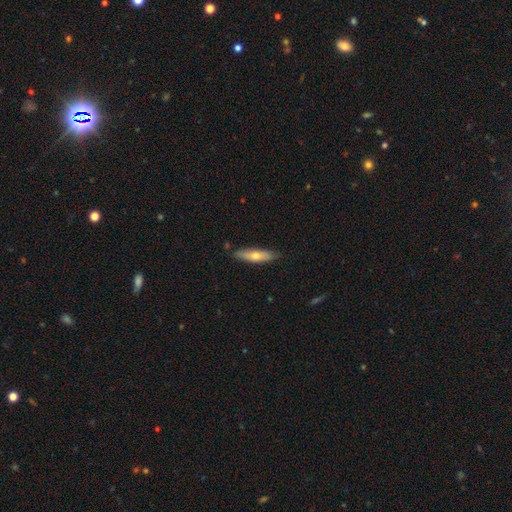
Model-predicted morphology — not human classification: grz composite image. It shows a smooth galaxy with no disk features (61%) that is cigar-shaped (67%). Merging: none (85%).